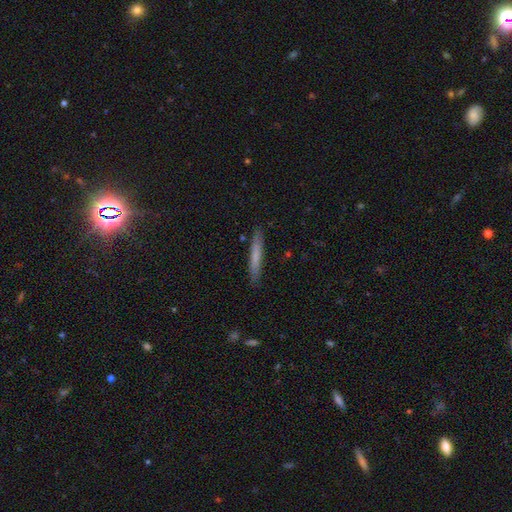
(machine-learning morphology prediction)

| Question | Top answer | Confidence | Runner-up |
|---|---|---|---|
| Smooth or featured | smooth | 70% | featured or disk (24%) |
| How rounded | cigar-shaped | 96% | in between (3%) |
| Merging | none | 89% | minor disturbance (8%) |